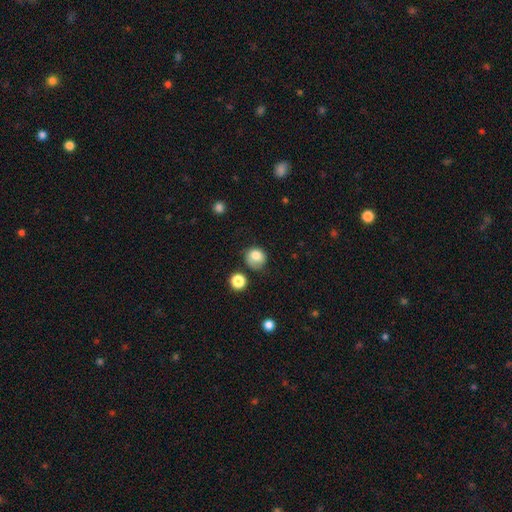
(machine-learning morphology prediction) Smooth or featured: smooth — 81% (star or artifact — 10%)
How rounded: round — 76% (in between — 24%)
Merging: none — 53% (minor disturbance — 30%)